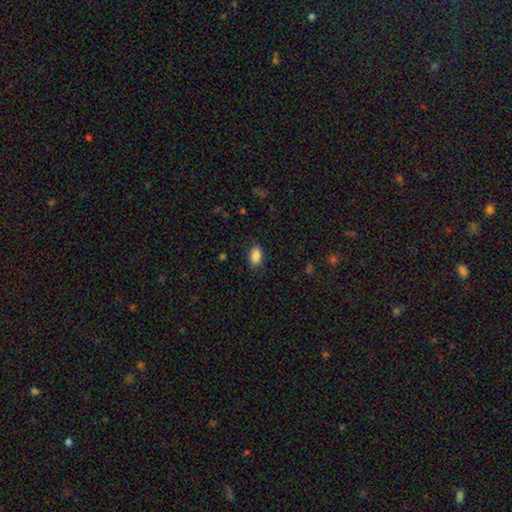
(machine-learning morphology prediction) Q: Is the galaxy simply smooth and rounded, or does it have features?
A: smooth — 89%.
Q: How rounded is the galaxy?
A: in between — 90%.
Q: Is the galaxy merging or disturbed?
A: none — 86%.